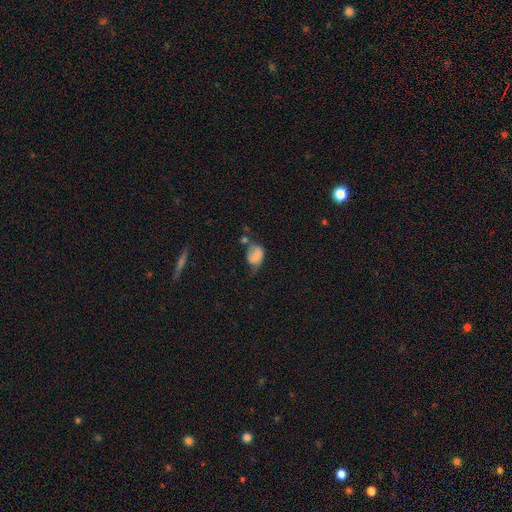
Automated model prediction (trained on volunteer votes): Morphology: type=smooth (72%); roundness=in between (71%); merging=minor disturbance (37%).